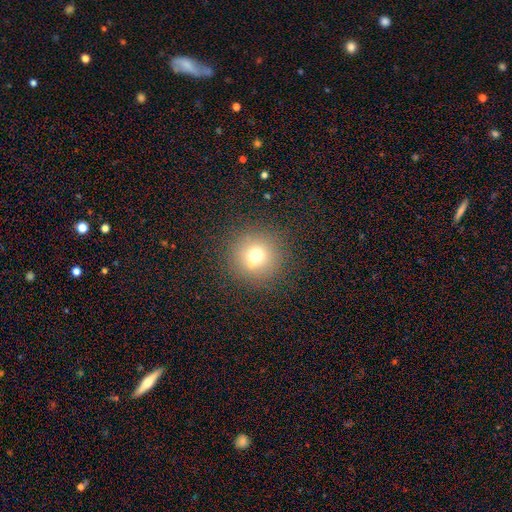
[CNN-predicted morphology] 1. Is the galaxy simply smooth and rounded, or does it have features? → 68% smooth, 19% star or artifact, 13% featured or disk.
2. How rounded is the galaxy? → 95% round, 4% in between, 1% cigar-shaped.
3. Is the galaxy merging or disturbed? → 83% none, 8% minor disturbance, 5% merger, 4% major disturbance.